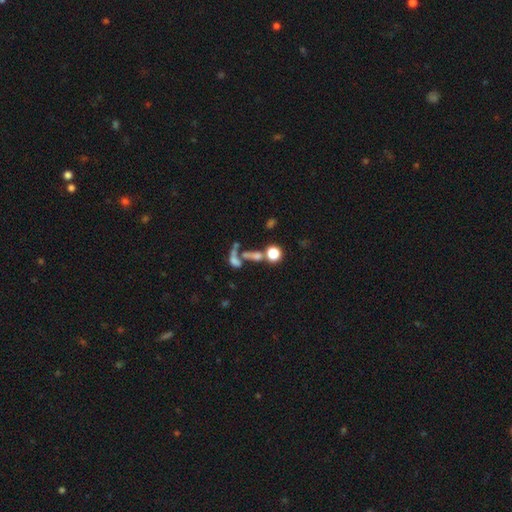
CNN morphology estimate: This is marginally a smooth galaxy (42%). Merging: marginally merger (42%).